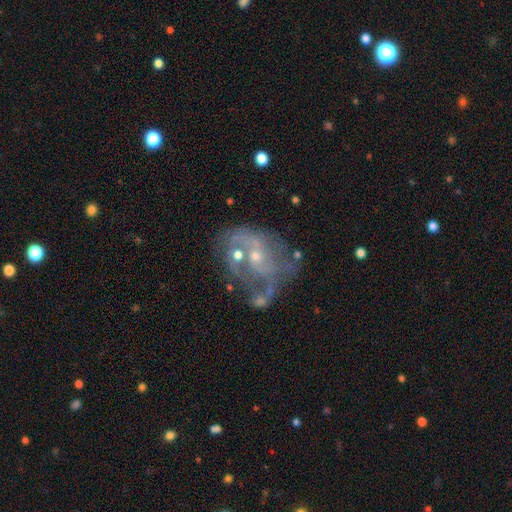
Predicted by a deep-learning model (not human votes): This is likely a featured or disk galaxy (76%). It is clearly not viewed edge-on (97%). Bar: likely no (62%). Spiral arm pattern: likely yes (69%). Spiral arm count: marginally 2 (40%). Spiral winding: marginally medium (42%). Central bulge: likely small (65%). Merging: marginally none (40%).